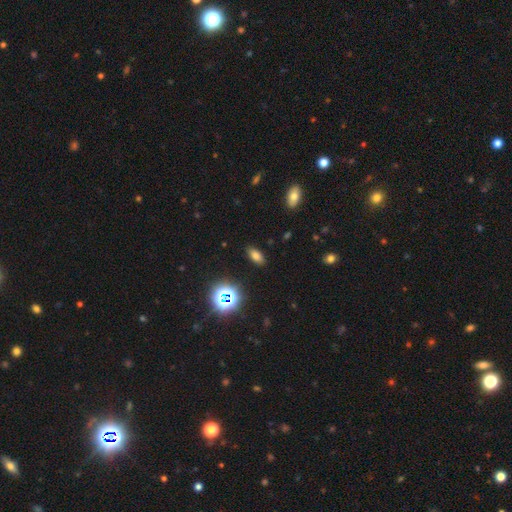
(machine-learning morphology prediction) The model was most divided on "smooth or featured": smooth: 71%, star or artifact: 20%, featured or disk: 9%. More confident: merging — none (88%); how rounded — in between (86%).